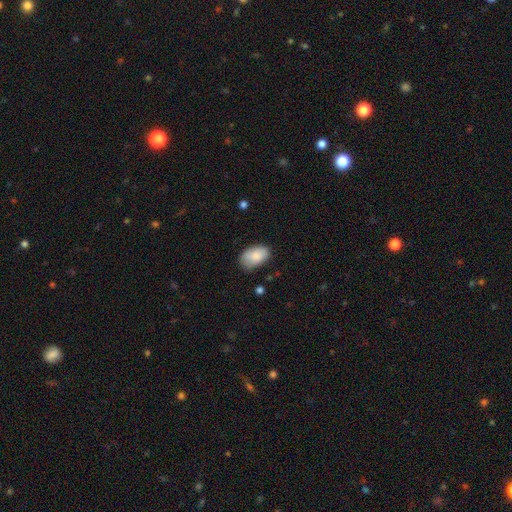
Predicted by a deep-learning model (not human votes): The model was most divided on "merging": none: 73%, minor disturbance: 21%, major disturbance: 4%, merger: 2%. More confident: how rounded — in between (92%); smooth or featured — smooth (86%).